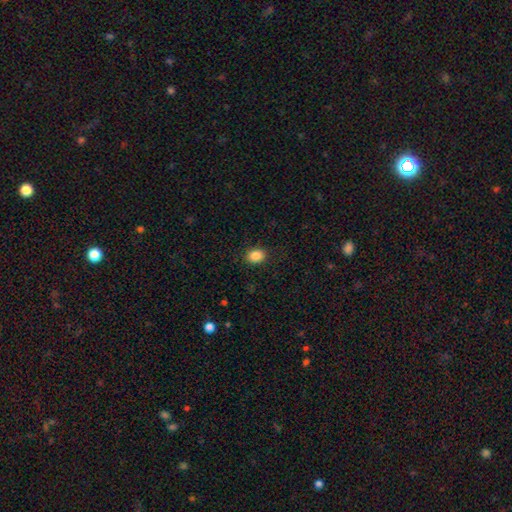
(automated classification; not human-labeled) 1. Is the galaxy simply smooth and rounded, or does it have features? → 86% smooth, 10% star or artifact, 4% featured or disk.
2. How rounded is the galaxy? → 54% in between, 45% round, 1% cigar-shaped.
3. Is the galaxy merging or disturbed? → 89% none, 8% minor disturbance, 2% major disturbance, 1% merger.